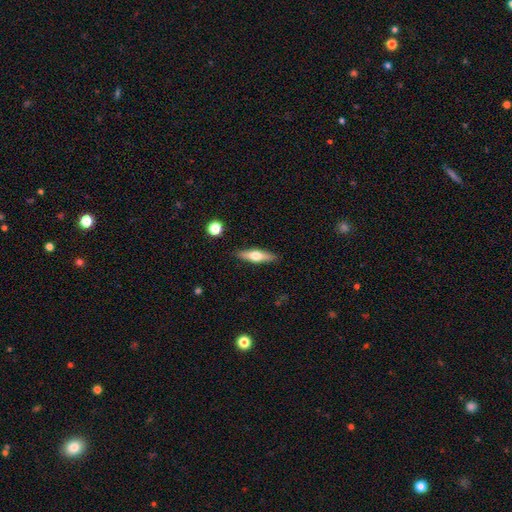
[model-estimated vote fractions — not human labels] Smooth or featured? smooth (48%)
Merging? none (89%)